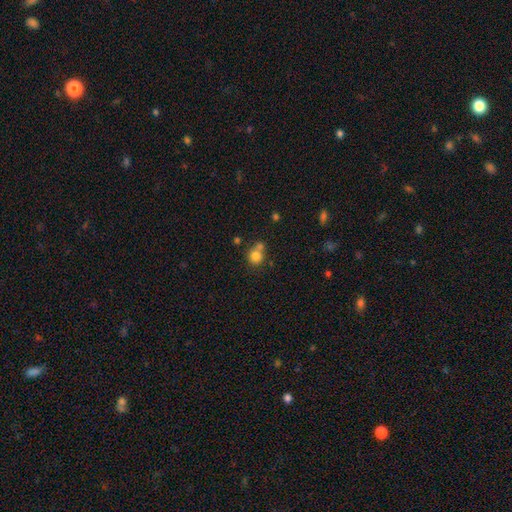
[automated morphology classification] Smooth or featured?
  - smooth: 79% *
  - star or artifact: 12%
  - featured or disk: 9%
How rounded?
  - round: 86% *
  - in between: 13%
  - cigar-shaped: 1%
Merging?
  - none: 53% *
  - merger: 34%
  - minor disturbance: 10%
  - major disturbance: 4%